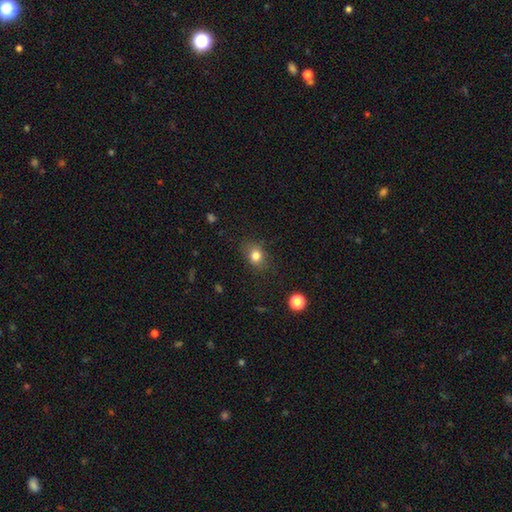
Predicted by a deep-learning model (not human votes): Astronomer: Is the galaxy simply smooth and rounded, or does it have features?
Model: smooth — 80%.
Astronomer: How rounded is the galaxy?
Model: round — 52% (runner-up: in between, 47%).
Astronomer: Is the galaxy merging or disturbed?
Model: none — 81%.